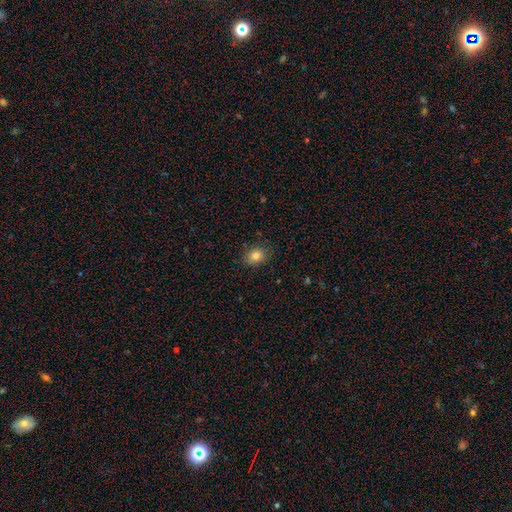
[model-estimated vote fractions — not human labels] This is clearly a smooth galaxy (83%). How rounded: possibly in between (55%). Merging: clearly none (84%).